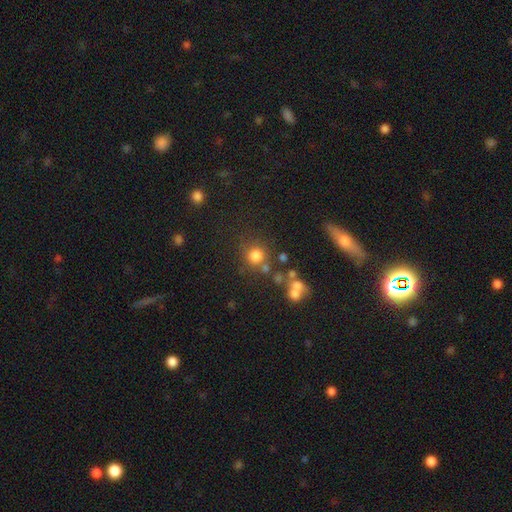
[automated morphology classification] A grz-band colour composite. It shows a smooth galaxy with no disk features (76%) that is round (91%). Merging: none (70%).